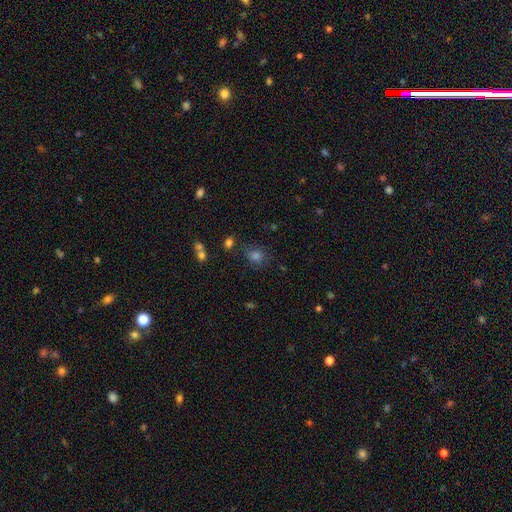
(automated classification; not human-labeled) The model was most divided on "smooth or featured": smooth: 67%, star or artifact: 25%, featured or disk: 8%. More confident: merging — none (77%); how rounded — round (72%).